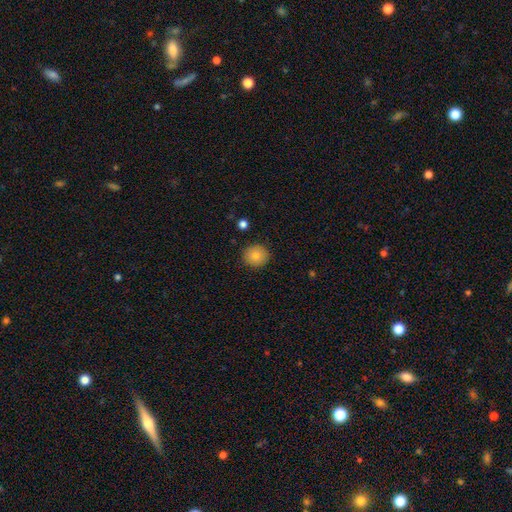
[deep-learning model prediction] This appears to be a smooth galaxy with no disk features (82%) that is round (91%). Merging: none (90%).